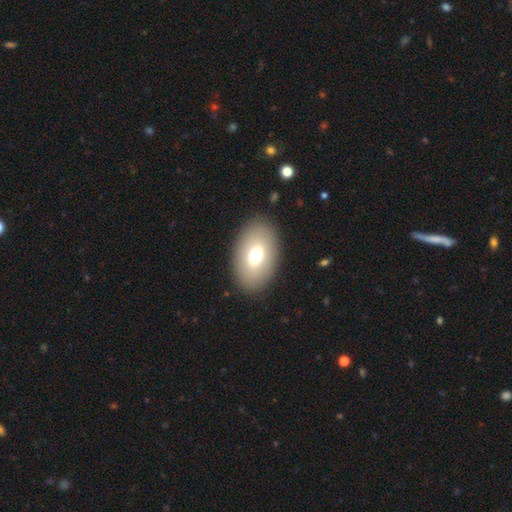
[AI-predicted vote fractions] Smooth or featured: smooth — 70% (featured or disk — 22%)
How rounded: in between — 89% (round — 9%)
Merging: none — 88% (minor disturbance — 8%)